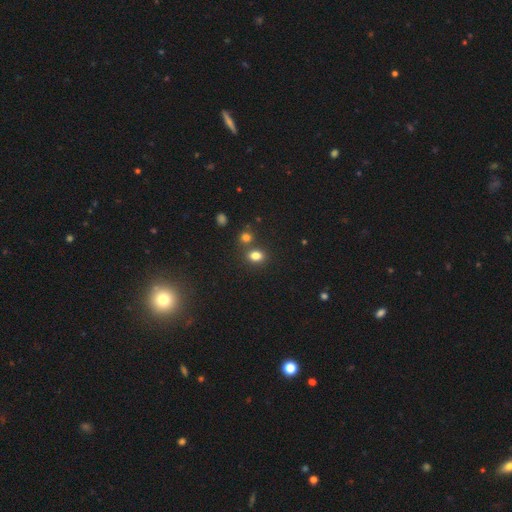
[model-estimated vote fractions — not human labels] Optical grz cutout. It shows a smooth galaxy with no disk features (79%) that is in between round and cigar-shaped (54%). Merging: none (64%).